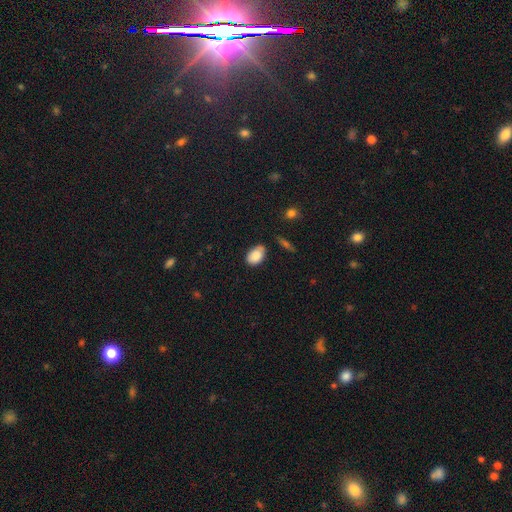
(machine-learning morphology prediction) A smooth galaxy with no disk features (86%) that is in between round and cigar-shaped (89%).

Vote fractions:
- Smooth or featured? smooth: 86% / star or artifact: 7% / featured or disk: 6%
- How rounded? in between: 89% / round: 10% / cigar-shaped: 1%
- Merging? none: 61% / minor disturbance: 27% / merger: 6% / major disturbance: 5%